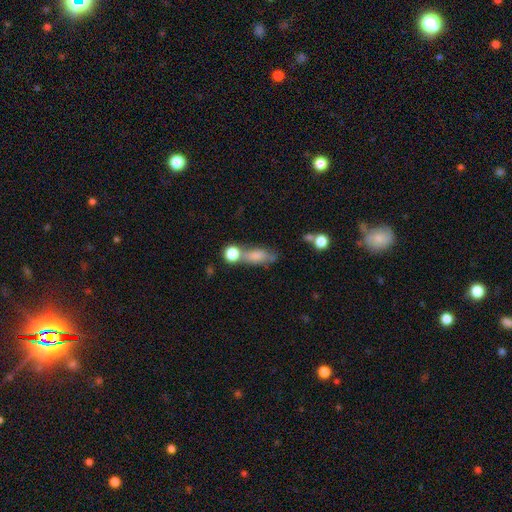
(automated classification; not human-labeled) Smooth or featured? smooth (72%)
How rounded? in between (63%)
Merging? none (45%)